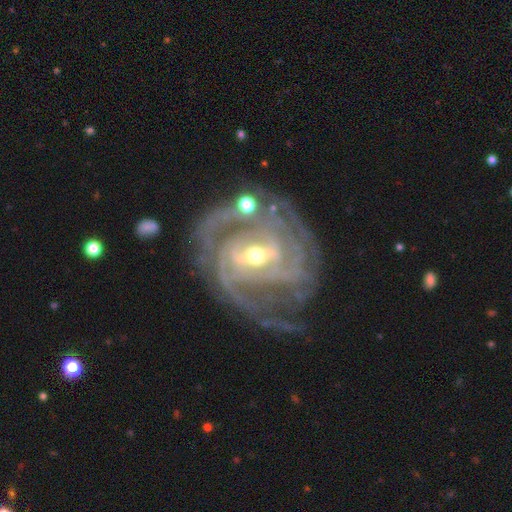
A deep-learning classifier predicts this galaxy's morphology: smooth_or_featured: featured or disk (p=0.91) [alt: star or artifact p=0.05]
disk_edge_on: no (p=0.97) [alt: yes p=0.03]
bar: strong (p=0.48) [alt: weak p=0.37]
has_spiral_arms: yes (p=0.95) [alt: no p=0.05]
spiral_winding: tight (p=0.56) [alt: medium p=0.34]
spiral_arm_count: 2 (p=0.33) [alt: can't tell p=0.23]
bulge_size: moderate (p=0.49) [alt: small p=0.46]
merging: none (p=0.55) [alt: minor disturbance p=0.19]